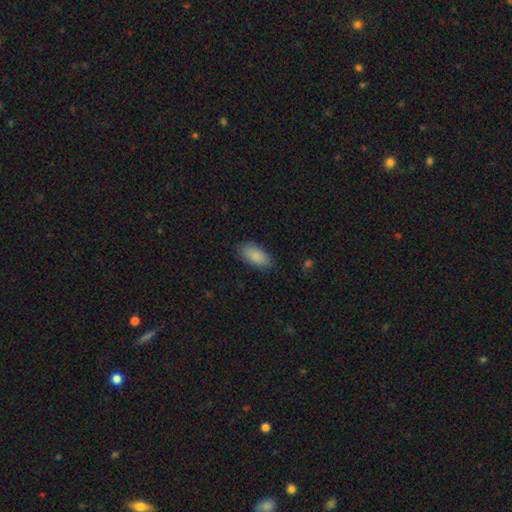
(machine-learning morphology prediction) Smooth or featured: smooth — 88% (star or artifact — 7%)
How rounded: in between — 92% (cigar-shaped — 6%)
Merging: none — 85% (minor disturbance — 12%)